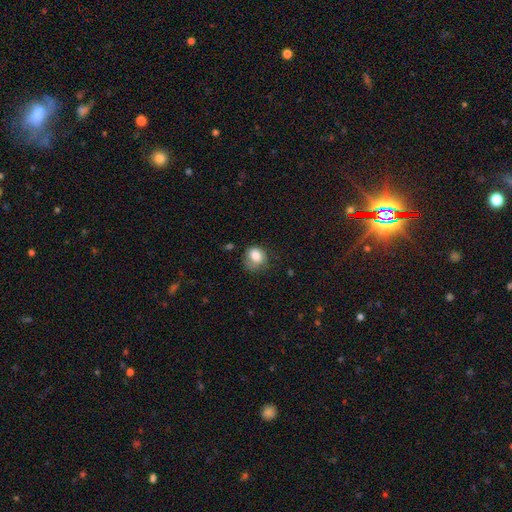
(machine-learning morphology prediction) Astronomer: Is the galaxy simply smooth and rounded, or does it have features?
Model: smooth — 78%.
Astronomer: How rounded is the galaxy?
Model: round — 64%.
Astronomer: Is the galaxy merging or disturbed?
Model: none — 49% (runner-up: minor disturbance, 31%).